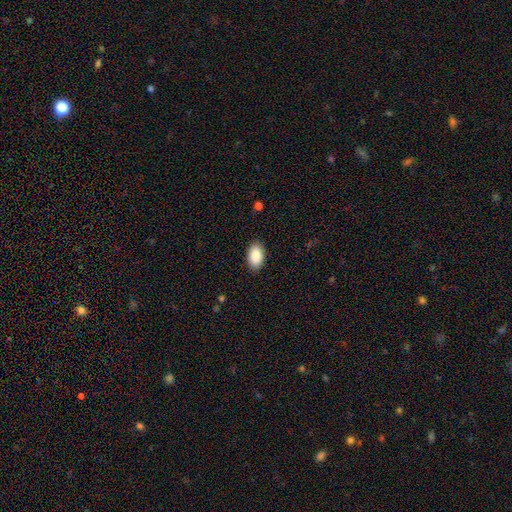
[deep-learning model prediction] Overall: smooth (89%). How rounded: in between (94%). Merging: none (88%).